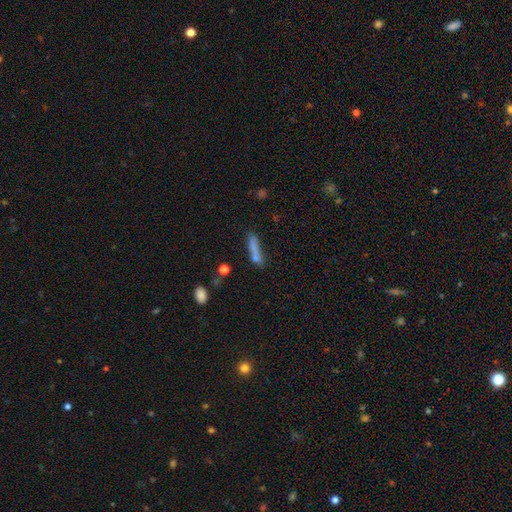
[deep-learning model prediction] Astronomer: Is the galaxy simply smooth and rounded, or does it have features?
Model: smooth — 69%.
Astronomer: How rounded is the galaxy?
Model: cigar-shaped — 76%.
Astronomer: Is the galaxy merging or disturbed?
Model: none — 49%.